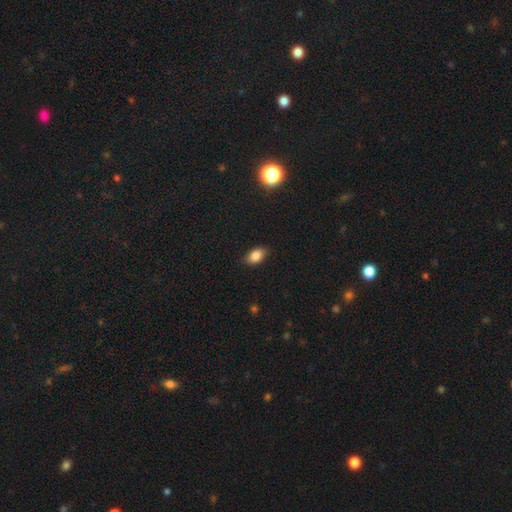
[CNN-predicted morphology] Smooth or featured? smooth (83%)
How rounded? in between (88%)
Merging? none (84%)